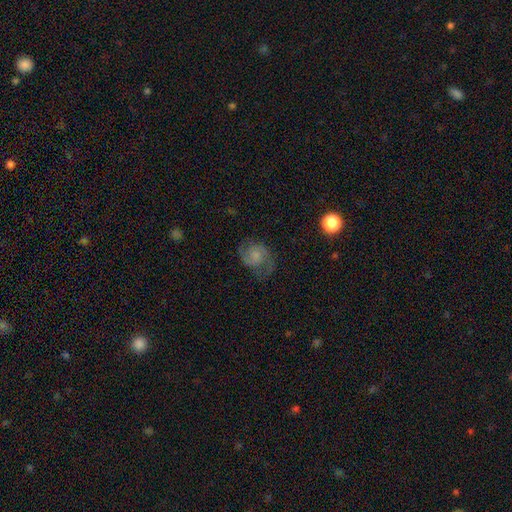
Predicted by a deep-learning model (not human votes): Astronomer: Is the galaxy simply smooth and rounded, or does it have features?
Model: featured or disk — 65%.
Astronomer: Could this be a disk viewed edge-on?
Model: no — 98%.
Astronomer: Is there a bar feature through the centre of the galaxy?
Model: no — 68%.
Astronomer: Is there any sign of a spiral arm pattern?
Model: yes — 92%.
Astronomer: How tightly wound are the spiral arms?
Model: medium — 51% (runner-up: loose, 31%).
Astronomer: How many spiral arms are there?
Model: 2 — 87%.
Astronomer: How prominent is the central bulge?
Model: small — 38% (runner-up: none, 30%).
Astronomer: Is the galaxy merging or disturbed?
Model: none — 62%.